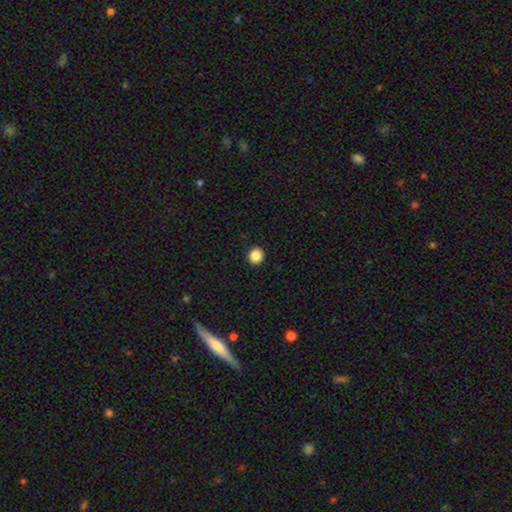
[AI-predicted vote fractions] Smooth or featured?
  - smooth: 87% *
  - star or artifact: 10%
  - featured or disk: 3%
How rounded?
  - round: 90% *
  - in between: 9%
  - cigar-shaped: 1%
Merging?
  - none: 93% *
  - minor disturbance: 4%
  - major disturbance: 1%
  - merger: 1%